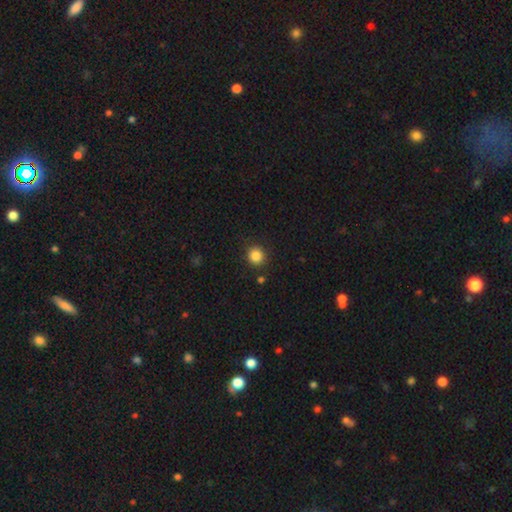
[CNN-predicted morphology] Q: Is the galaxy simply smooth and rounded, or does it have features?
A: smooth — 86%.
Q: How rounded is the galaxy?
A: round — 91%.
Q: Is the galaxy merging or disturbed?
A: none — 89%.